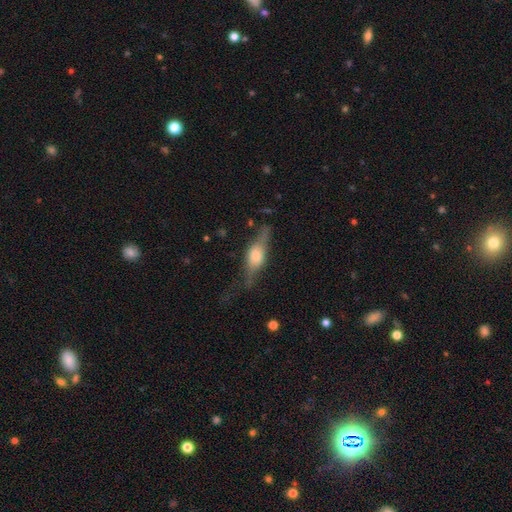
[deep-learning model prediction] A featured or disk galaxy (54%) viewed edge-on (86%). Merging: none (55%).